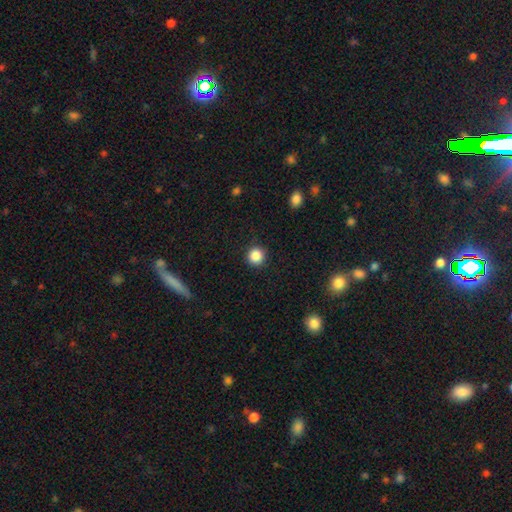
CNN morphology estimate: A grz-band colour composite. It shows a smooth galaxy with no disk features (87%) that is round (94%). Merging: none (91%).